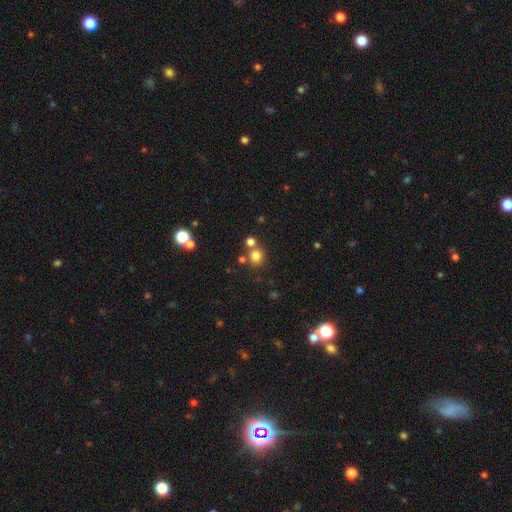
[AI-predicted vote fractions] smooth-or-featured: smooth: 77% | star or artifact: 16% | featured or disk: 7%
  how-rounded: round: 87% | in between: 12% | cigar-shaped: 1%
  merging: none: 68% | merger: 21% | minor disturbance: 8% | major disturbance: 3%